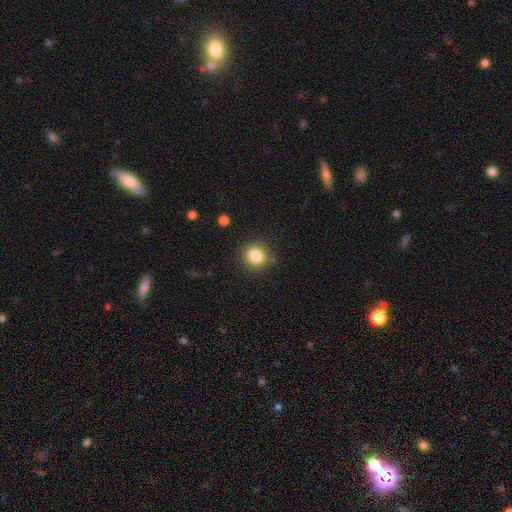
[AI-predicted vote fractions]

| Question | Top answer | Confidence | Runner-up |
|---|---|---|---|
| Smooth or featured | smooth | 84% | star or artifact (10%) |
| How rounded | round | 84% | in between (15%) |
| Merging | none | 87% | minor disturbance (8%) |